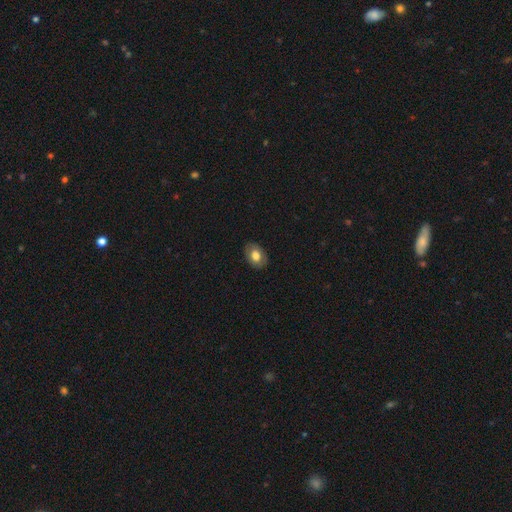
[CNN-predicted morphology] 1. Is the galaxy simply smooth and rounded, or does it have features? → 74% smooth, 19% featured or disk, 7% star or artifact.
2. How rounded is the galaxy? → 78% in between, 21% round, 1% cigar-shaped.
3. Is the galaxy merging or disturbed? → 85% none, 11% minor disturbance, 2% major disturbance, 1% merger.